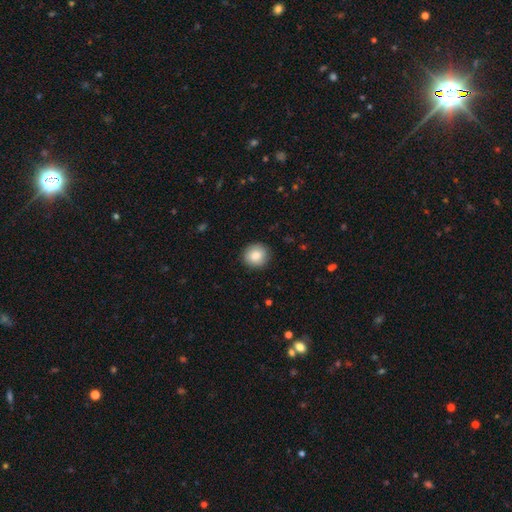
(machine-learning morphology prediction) Smooth or featured: smooth — 86% (star or artifact — 8%)
How rounded: round — 90% (in between — 9%)
Merging: none — 90% (minor disturbance — 7%)